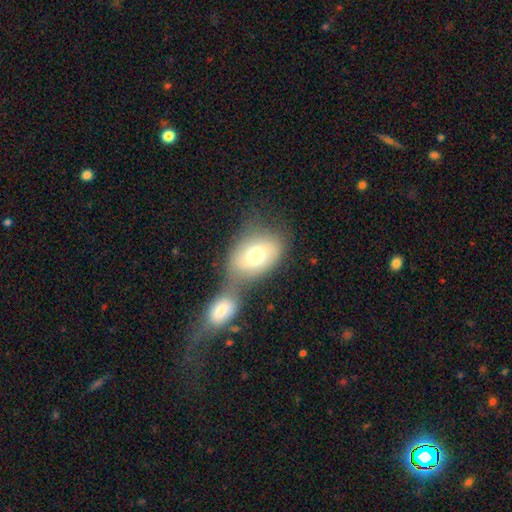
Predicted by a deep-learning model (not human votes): This is likely a smooth galaxy (70%). How rounded: clearly in between (82%). Merging: possibly merger (53%).